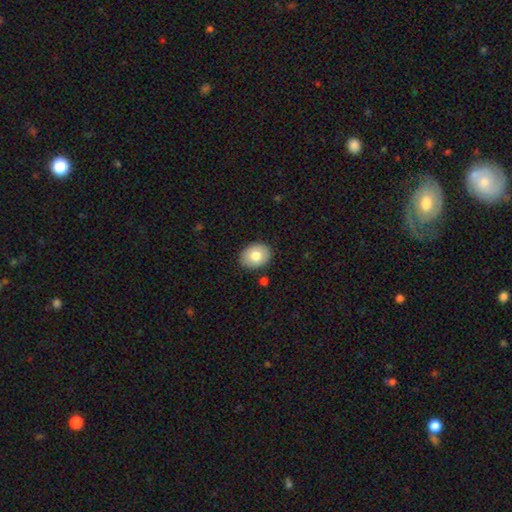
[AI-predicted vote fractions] A smooth galaxy with no disk features (75%) that is in between round and cigar-shaped (63%). Merging: none (86%).